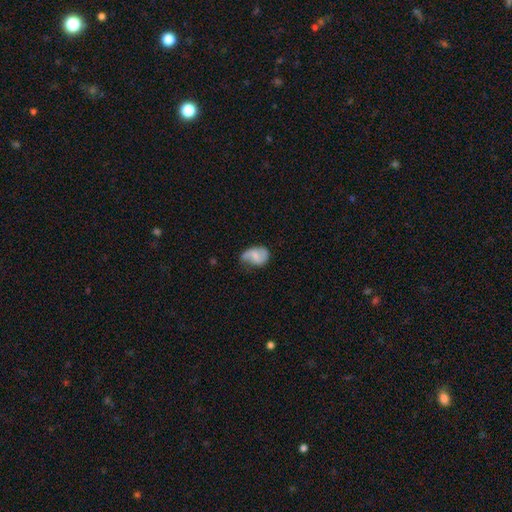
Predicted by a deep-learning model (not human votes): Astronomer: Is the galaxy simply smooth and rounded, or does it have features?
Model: featured or disk — 51% (runner-up: smooth, 42%).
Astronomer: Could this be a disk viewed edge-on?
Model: no — 97%.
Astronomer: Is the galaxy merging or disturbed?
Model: none — 43% (runner-up: minor disturbance, 38%).